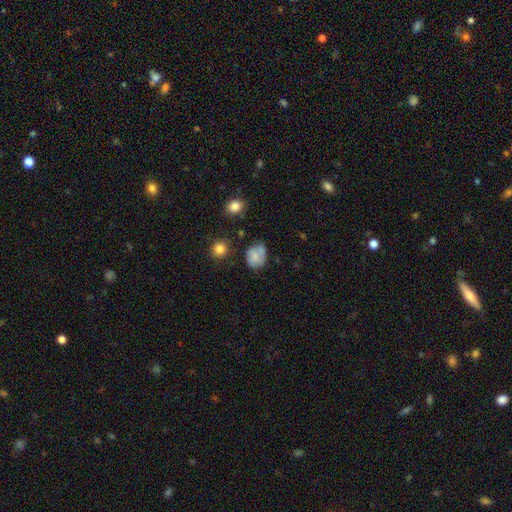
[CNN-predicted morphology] Overall: smooth (68%). How rounded: round (54%; in between 45%). Merging: none (53%; minor disturbance 28%).